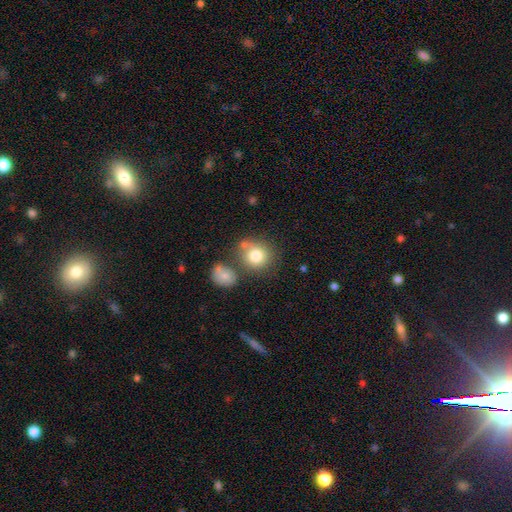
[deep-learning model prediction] Overall: smooth (79%). How rounded: round (83%). Merging: none (59%; merger 21%).